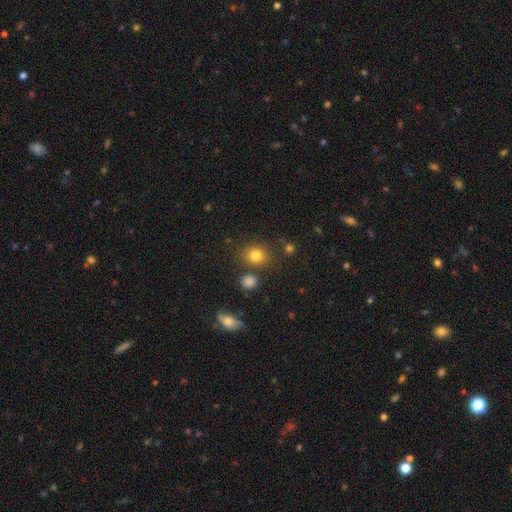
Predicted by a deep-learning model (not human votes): Smooth or featured? smooth (81%)
How rounded? round (78%)
Merging? none (79%)